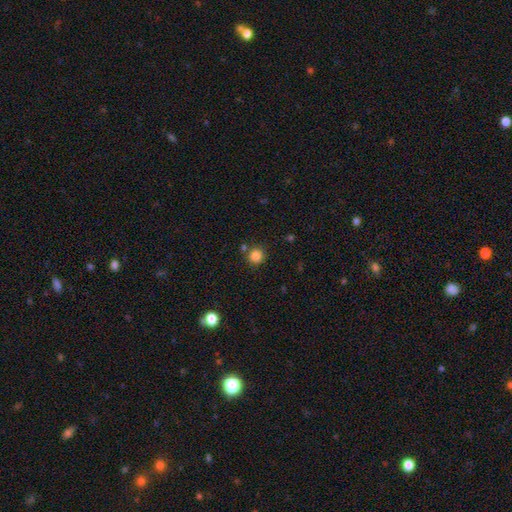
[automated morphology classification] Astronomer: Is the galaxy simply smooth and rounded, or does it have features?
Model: smooth — 84%.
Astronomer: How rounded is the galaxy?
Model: round — 93%.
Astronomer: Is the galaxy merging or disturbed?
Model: none — 79%.